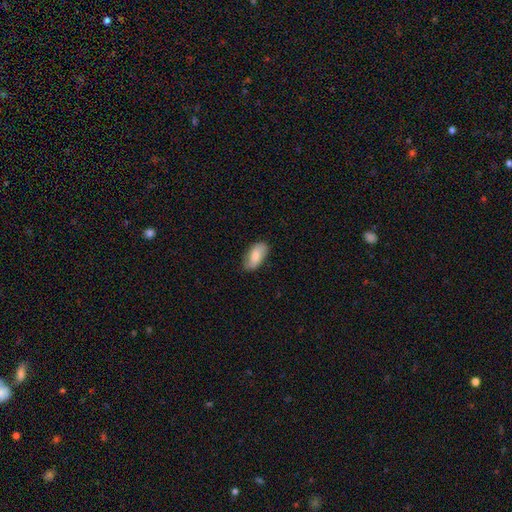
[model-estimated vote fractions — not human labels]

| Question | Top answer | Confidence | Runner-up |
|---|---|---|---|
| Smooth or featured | smooth | 72% | featured or disk (22%) |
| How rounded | in between | 92% | cigar-shaped (5%) |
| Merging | none | 81% | minor disturbance (15%) |